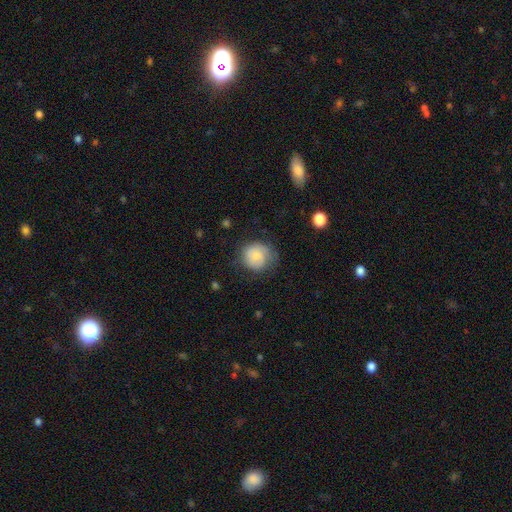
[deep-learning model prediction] A smooth galaxy with no disk features (67%) that is round (85%).

Vote fractions:
- Smooth or featured? smooth: 67% / featured or disk: 26% / star or artifact: 8%
- How rounded? round: 85% / in between: 14% / cigar-shaped: 1%
- Merging? none: 63% / minor disturbance: 25% / major disturbance: 11% / merger: 1%